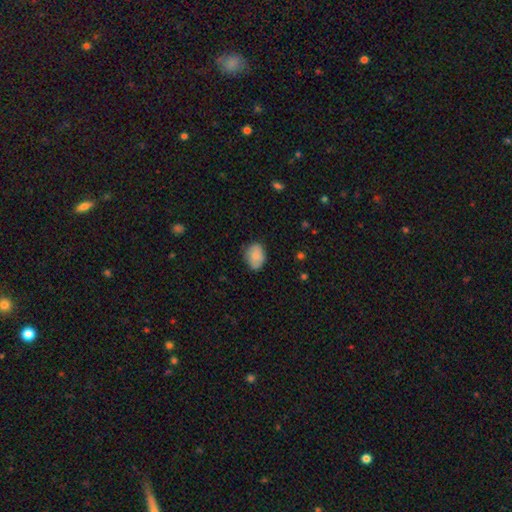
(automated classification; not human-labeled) Smooth or featured? Predicted: smooth (p=0.85). How rounded? Predicted: in between (p=0.75). Merging? Predicted: none (p=0.76).